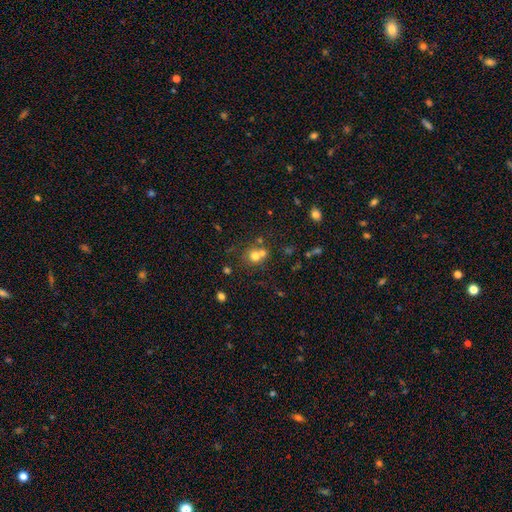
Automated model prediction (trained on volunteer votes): A smooth galaxy with no disk features (69%) that is round (85%).

Vote fractions:
- Smooth or featured? smooth: 69% / star or artifact: 17% / featured or disk: 14%
- How rounded? round: 85% / in between: 14% / cigar-shaped: 1%
- Merging? none: 49% / merger: 40% / minor disturbance: 8% / major disturbance: 4%